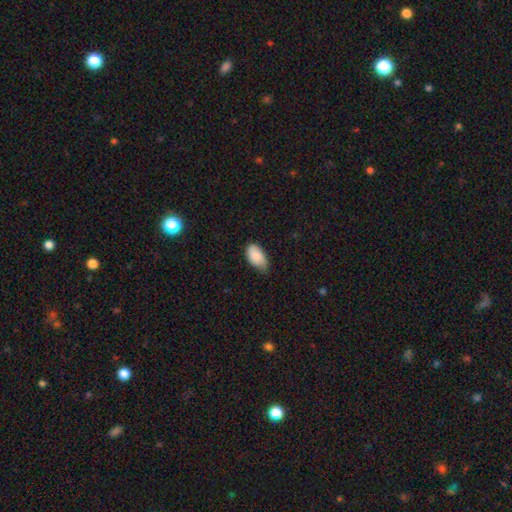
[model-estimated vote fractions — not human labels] A smooth galaxy with no disk features (87%) that is in between round and cigar-shaped (94%).

Vote fractions:
- Smooth or featured? smooth: 87% / star or artifact: 7% / featured or disk: 6%
- How rounded? in between: 94% / round: 4% / cigar-shaped: 2%
- Merging? none: 53% / minor disturbance: 40% / major disturbance: 6% / merger: 1%